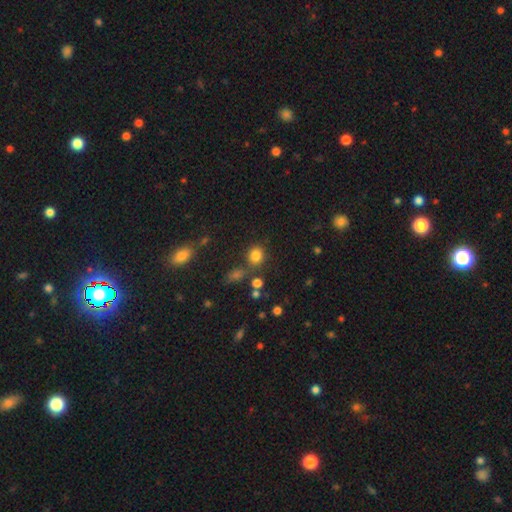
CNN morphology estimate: Q: Smooth or featured?
A: smooth (81%); runner-up: star or artifact (14%)
Q: How rounded?
A: round (79%); runner-up: in between (20%)
Q: Merging?
A: none (73%); runner-up: merger (12%)